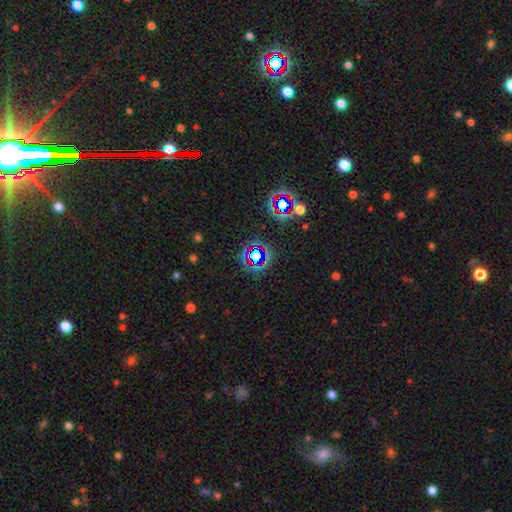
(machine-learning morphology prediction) Overall: star or artifact (68%).